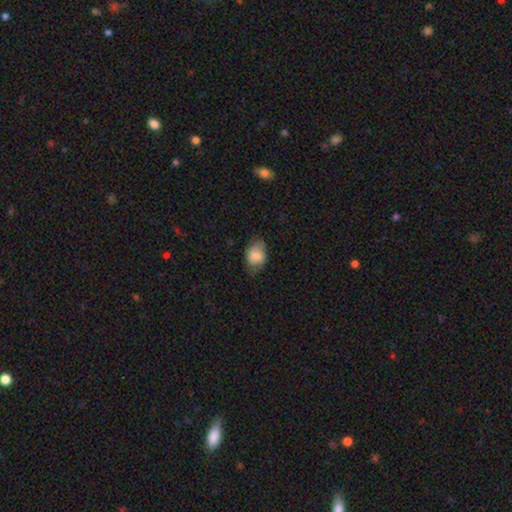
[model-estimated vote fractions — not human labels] smooth-or-featured: smooth: 80% | featured or disk: 12% | star or artifact: 7%
  how-rounded: in between: 75% | round: 24% | cigar-shaped: 1%
  merging: none: 64% | minor disturbance: 27% | major disturbance: 8% | merger: 1%